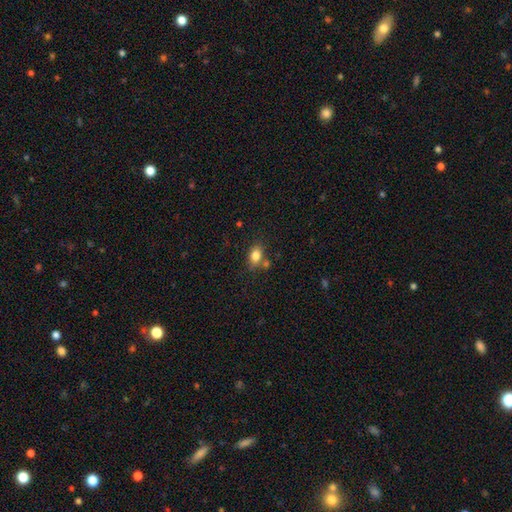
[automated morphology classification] Smooth or featured?
  - smooth: 82% *
  - star or artifact: 10%
  - featured or disk: 9%
How rounded?
  - in between: 75% *
  - round: 23%
  - cigar-shaped: 2%
Merging?
  - none: 66% *
  - minor disturbance: 15%
  - merger: 15%
  - major disturbance: 4%